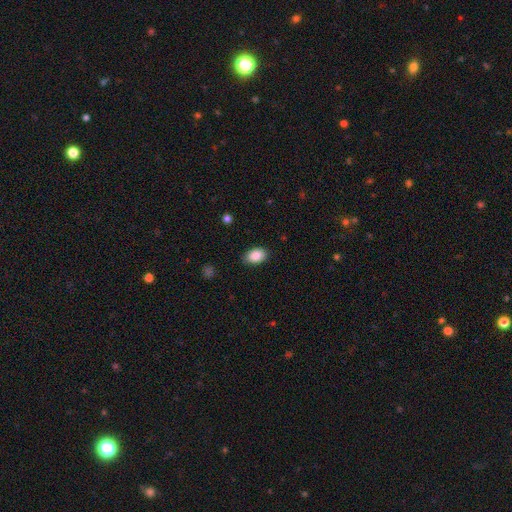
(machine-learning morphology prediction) Smooth or featured?
  - smooth: 89% *
  - star or artifact: 7%
  - featured or disk: 4%
How rounded?
  - in between: 88% *
  - round: 11%
  - cigar-shaped: 1%
Merging?
  - none: 86% *
  - minor disturbance: 11%
  - major disturbance: 2%
  - merger: 1%